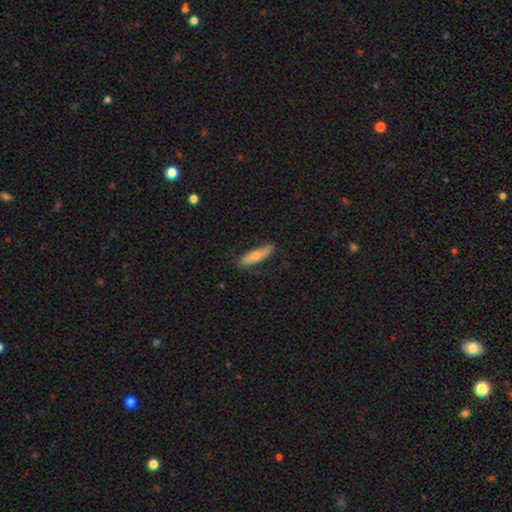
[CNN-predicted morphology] smooth-or-featured: smooth: 55% | featured or disk: 39% | star or artifact: 6%
  how-rounded: cigar-shaped: 76% | in between: 22% | round: 2%
  merging: none: 81% | minor disturbance: 15% | major disturbance: 3% | merger: 1%